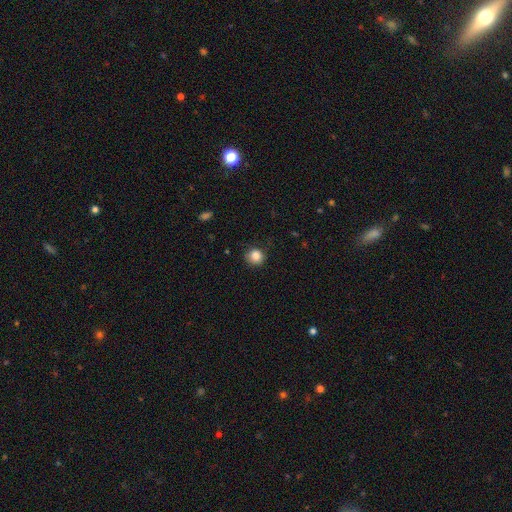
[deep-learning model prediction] Smooth or featured? smooth (85%)
How rounded? round (91%)
Merging? none (83%)